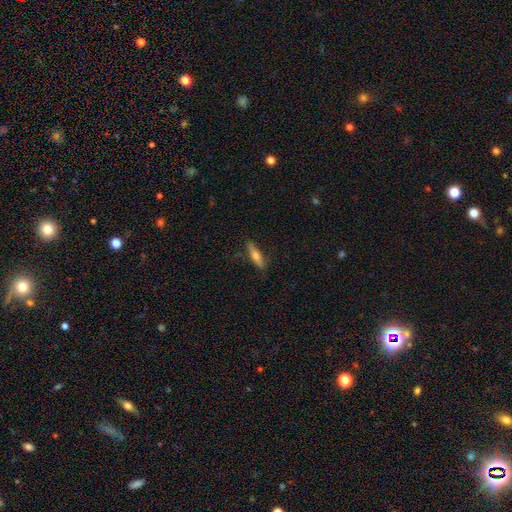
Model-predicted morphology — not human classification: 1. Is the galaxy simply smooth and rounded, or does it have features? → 65% smooth, 29% featured or disk, 6% star or artifact.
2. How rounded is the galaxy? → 71% cigar-shaped, 27% in between, 2% round.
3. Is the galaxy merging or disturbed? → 83% none, 13% minor disturbance, 3% major disturbance, 1% merger.